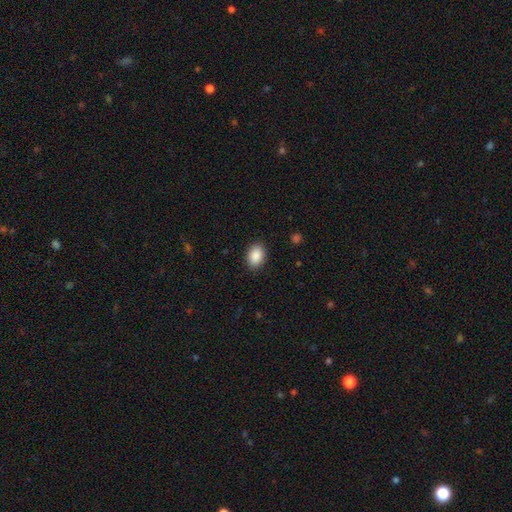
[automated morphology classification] Smooth or featured? smooth (89%)
How rounded? in between (81%)
Merging? none (89%)